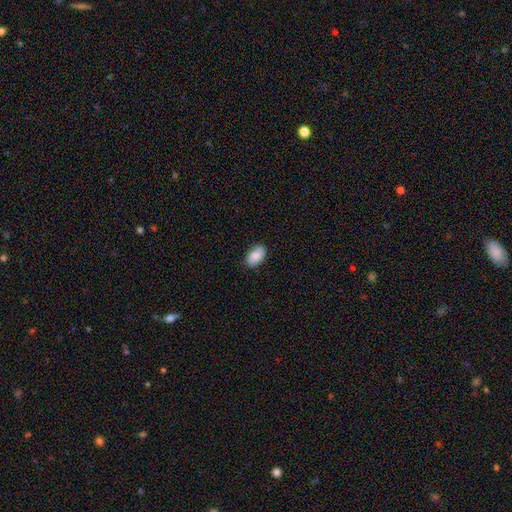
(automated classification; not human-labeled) Morphology: type=smooth (83%); roundness=in between (92%); merging=none (86%).